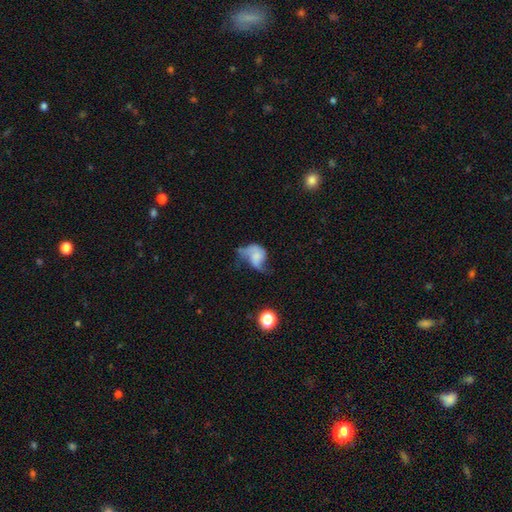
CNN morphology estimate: Smooth or featured? Predicted: featured or disk (p=0.47). Merging? Predicted: major disturbance (p=0.42).